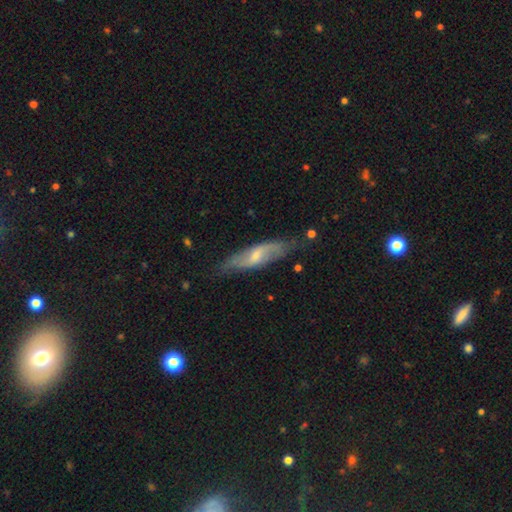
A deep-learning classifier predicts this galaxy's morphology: Overall: featured or disk (63%; smooth 31%). Edge-on disk: no (67%; yes 33%). Merging: none (72%).